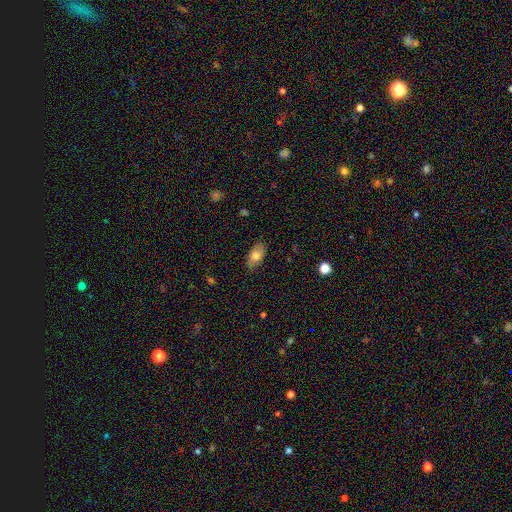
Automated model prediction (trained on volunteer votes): This is likely a smooth galaxy (75%). How rounded: clearly in between (91%). Merging: clearly none (83%).